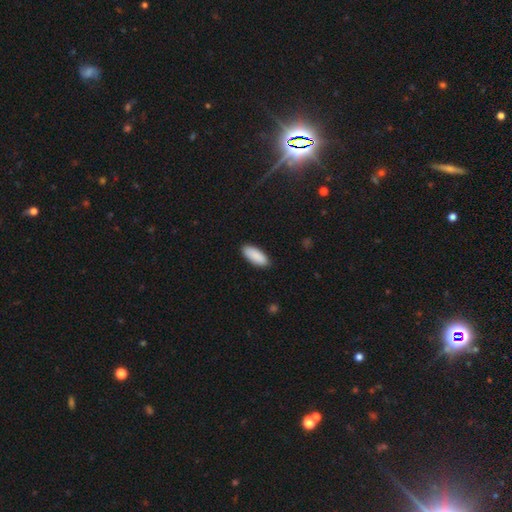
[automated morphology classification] Q: Smooth or featured?
A: smooth (91%); runner-up: star or artifact (5%)
Q: How rounded?
A: in between (82%); runner-up: cigar-shaped (16%)
Q: Merging?
A: none (89%); runner-up: minor disturbance (8%)